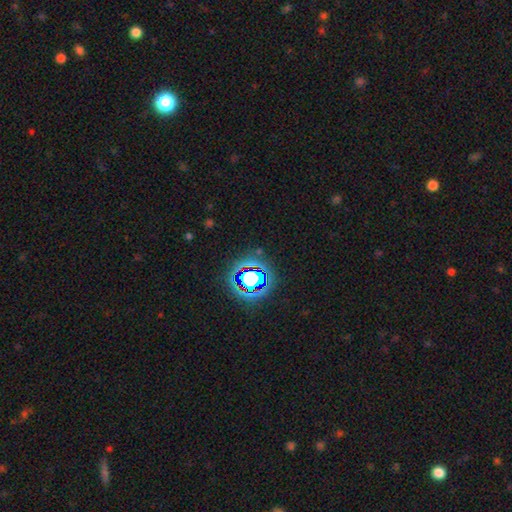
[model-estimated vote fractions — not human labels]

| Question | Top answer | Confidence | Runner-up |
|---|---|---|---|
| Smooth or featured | star or artifact | 78% | smooth (13%) |